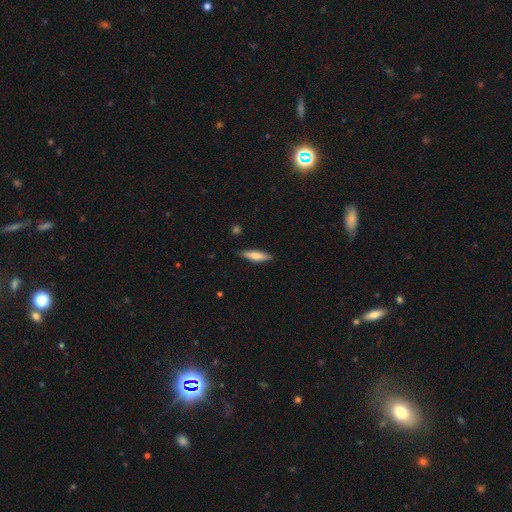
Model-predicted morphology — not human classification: This is likely a smooth galaxy (68%). How rounded: likely cigar-shaped (68%). Merging: clearly none (88%).